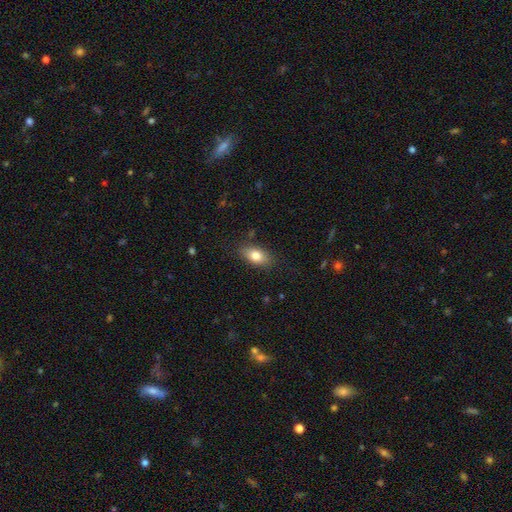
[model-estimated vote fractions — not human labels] Overall: smooth (80%). How rounded: in between (88%). Merging: none (84%).